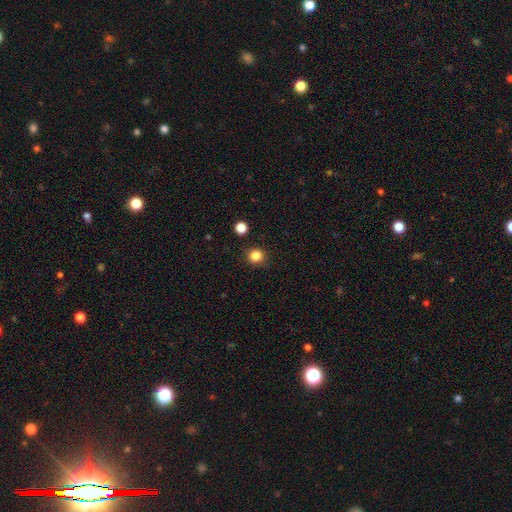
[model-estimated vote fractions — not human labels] smooth-or-featured: smooth: 84% | star or artifact: 12% | featured or disk: 4%
  how-rounded: round: 91% | in between: 8% | cigar-shaped: 1%
  merging: none: 89% | minor disturbance: 7% | merger: 2% | major disturbance: 2%